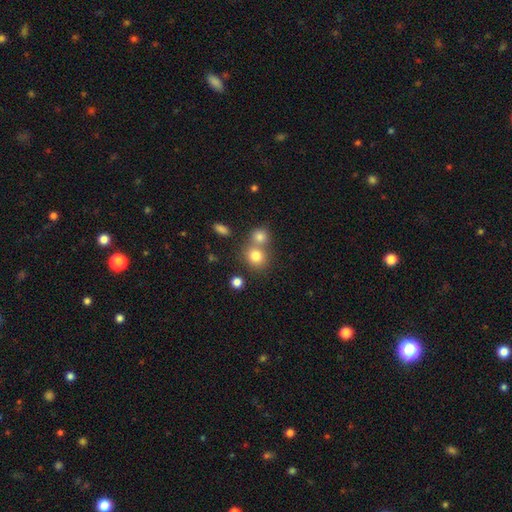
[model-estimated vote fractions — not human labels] A smooth galaxy with no disk features (80%) that is round (78%). Merging: none (52%).